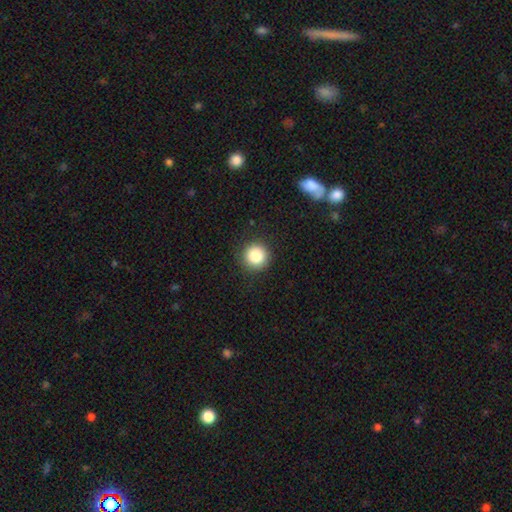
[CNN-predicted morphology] A smooth galaxy with no disk features (85%) that is round (95%).

Vote fractions:
- Smooth or featured? smooth: 85% / star or artifact: 10% / featured or disk: 5%
- How rounded? round: 95% / in between: 4% / cigar-shaped: 1%
- Merging? none: 91% / minor disturbance: 6% / major disturbance: 2% / merger: 1%